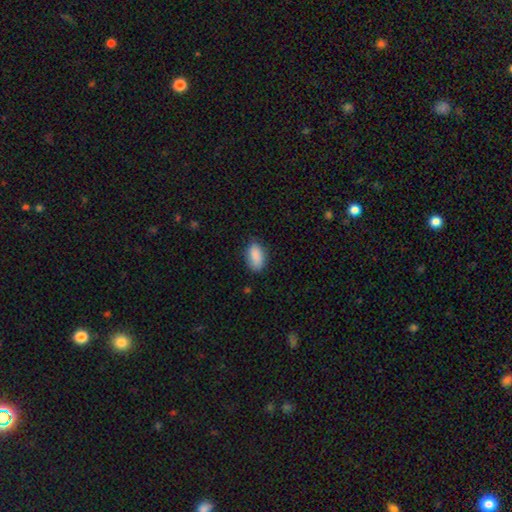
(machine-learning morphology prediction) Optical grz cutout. It shows a smooth galaxy with no disk features (89%) that is in between round and cigar-shaped (92%). Merging: none (78%).